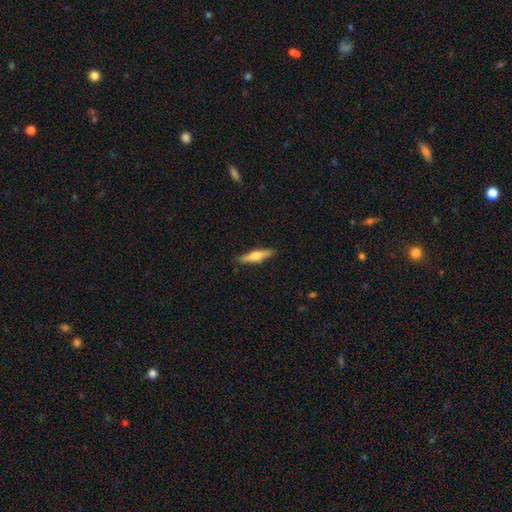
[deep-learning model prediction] featured or disk 48%, smooth 46%, star or artifact 6%. Down the decision tree: merging — none (88%).